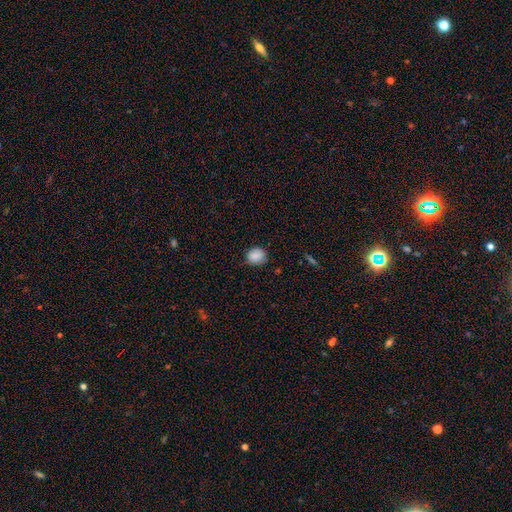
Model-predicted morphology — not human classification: The model was most divided on "how rounded": round: 72%, in between: 27%, cigar-shaped: 1%. More confident: smooth or featured — smooth (87%); merging — none (76%).